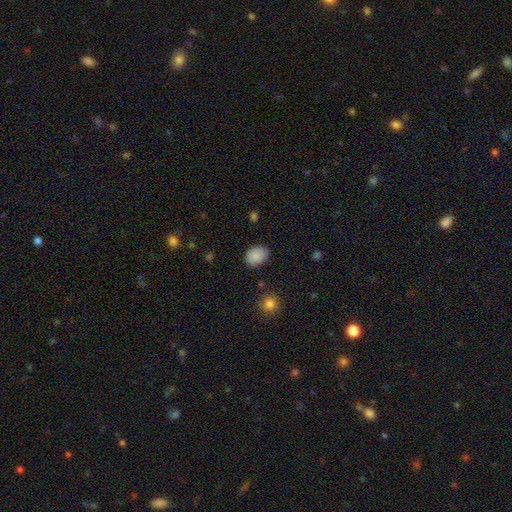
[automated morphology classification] smooth 86%, star or artifact 8%, featured or disk 6%. Down the decision tree: how rounded — in between (57%); merging — none (84%).